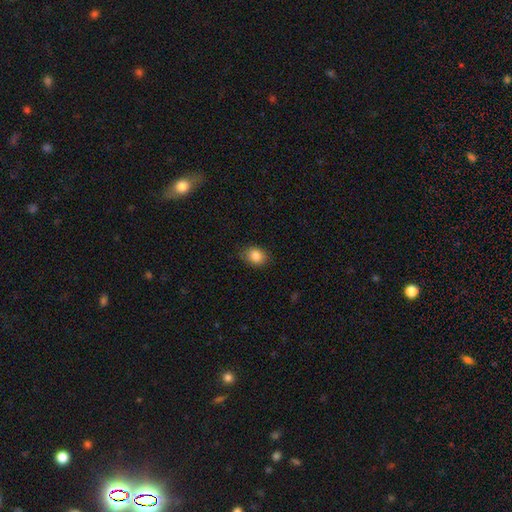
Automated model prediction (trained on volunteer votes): Smooth or featured: smooth — 86% (star or artifact — 9%)
How rounded: in between — 57% (round — 42%)
Merging: none — 82% (minor disturbance — 14%)